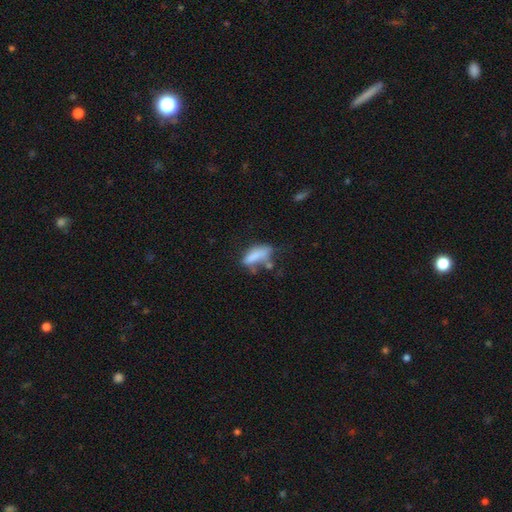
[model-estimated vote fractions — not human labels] The model was most divided on "merging": none: 34%, minor disturbance: 26%, major disturbance: 22%, merger: 17%. More confident: smooth or featured — smooth (72%); how rounded — in between (66%).